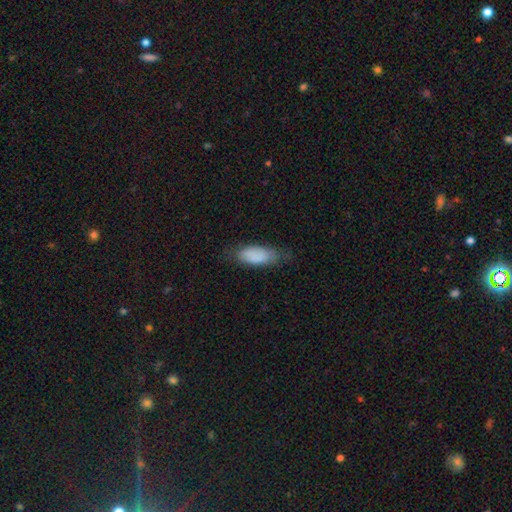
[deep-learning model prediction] Q: Smooth or featured?
A: smooth (84%); runner-up: featured or disk (10%)
Q: How rounded?
A: in between (83%); runner-up: cigar-shaped (15%)
Q: Merging?
A: none (62%); runner-up: minor disturbance (28%)